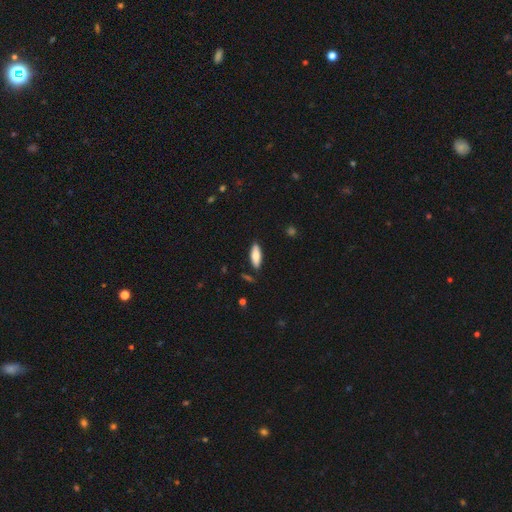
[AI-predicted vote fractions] A smooth galaxy with no disk features (78%) that is in between round and cigar-shaped (66%). Merging: none (86%).